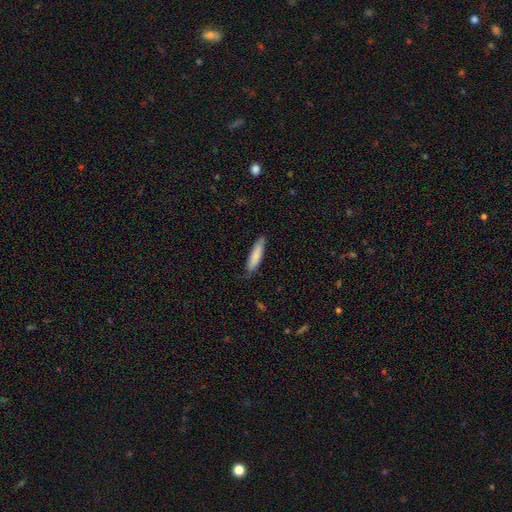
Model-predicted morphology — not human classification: Q: Smooth or featured?
A: smooth (83%); runner-up: featured or disk (11%)
Q: How rounded?
A: cigar-shaped (75%); runner-up: in between (23%)
Q: Merging?
A: none (79%); runner-up: minor disturbance (17%)